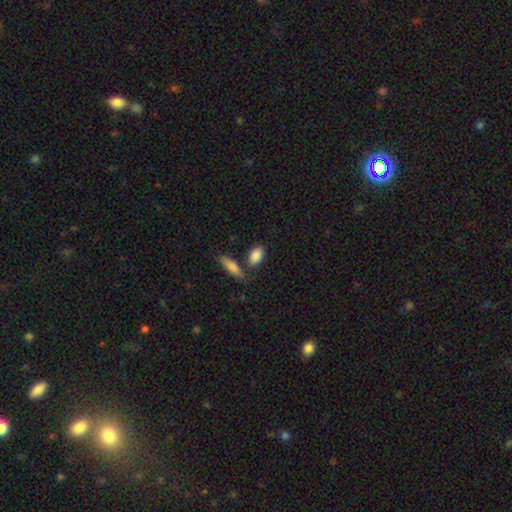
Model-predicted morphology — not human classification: Q: Smooth or featured?
A: smooth (87%); runner-up: star or artifact (7%)
Q: How rounded?
A: in between (88%); runner-up: round (7%)
Q: Merging?
A: none (69%); runner-up: merger (15%)